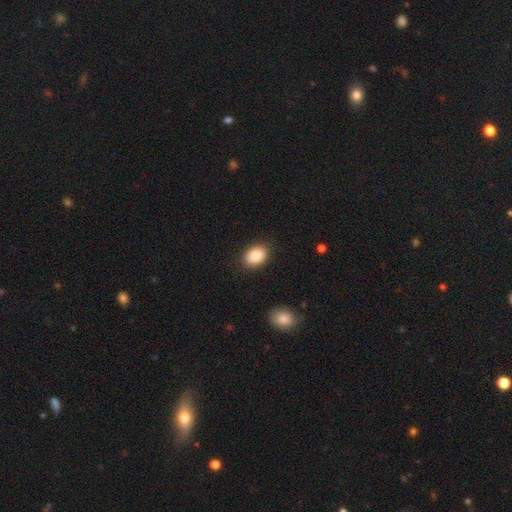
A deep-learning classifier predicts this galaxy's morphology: smooth_or_featured: smooth (p=0.89) [alt: star or artifact p=0.07]
how_rounded: in between (p=0.77) [alt: round p=0.22]
merging: none (p=0.86) [alt: minor disturbance p=0.10]